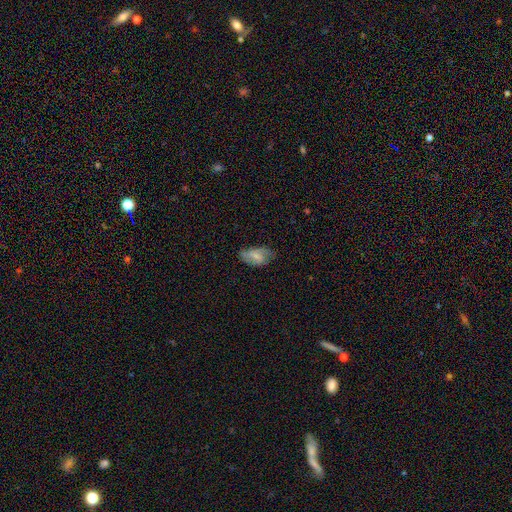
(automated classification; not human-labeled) smooth_or_featured: featured or disk (p=0.50) [alt: smooth p=0.42]
disk_edge_on: no (p=0.95) [alt: yes p=0.05]
merging: none (p=0.58) [alt: minor disturbance p=0.29]